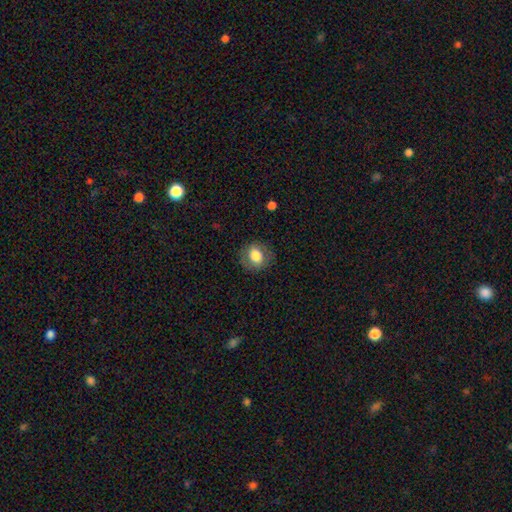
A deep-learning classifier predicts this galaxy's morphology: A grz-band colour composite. It shows a smooth galaxy with no disk features (75%) that is round (67%). Merging: none (81%).